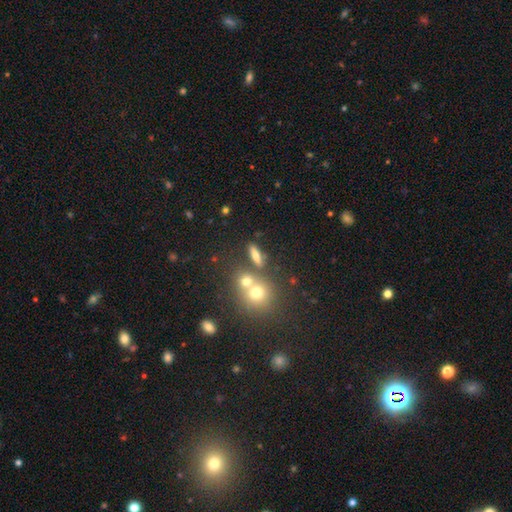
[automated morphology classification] This appears to be a smooth galaxy with no disk features (63%) that is cigar-shaped (40%). Merging: none (66%).